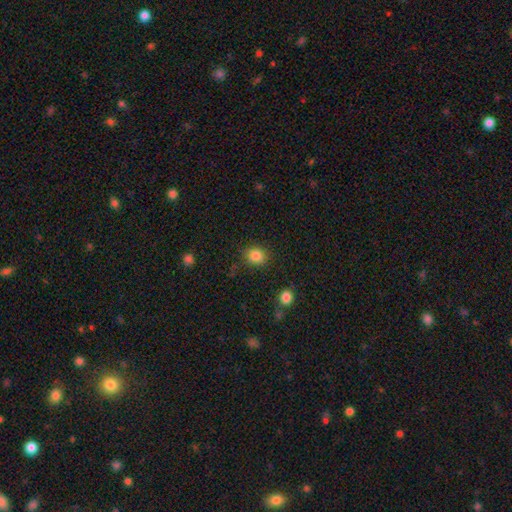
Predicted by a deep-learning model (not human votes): Smooth or featured? smooth (84%)
How rounded? round (73%)
Merging? none (84%)